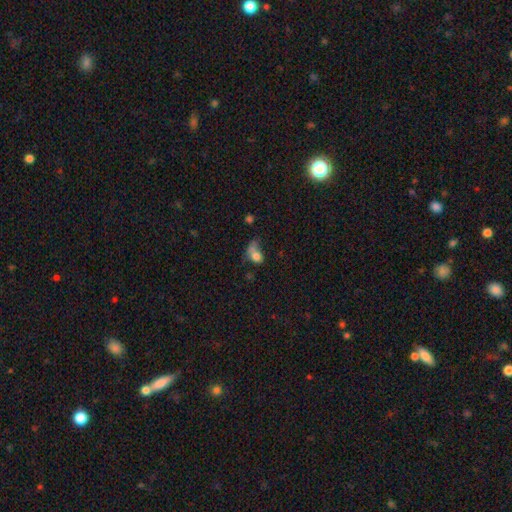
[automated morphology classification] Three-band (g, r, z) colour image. It shows a smooth galaxy with no disk features (70%) that is in between round and cigar-shaped (69%). Merging: major disturbance (40%).